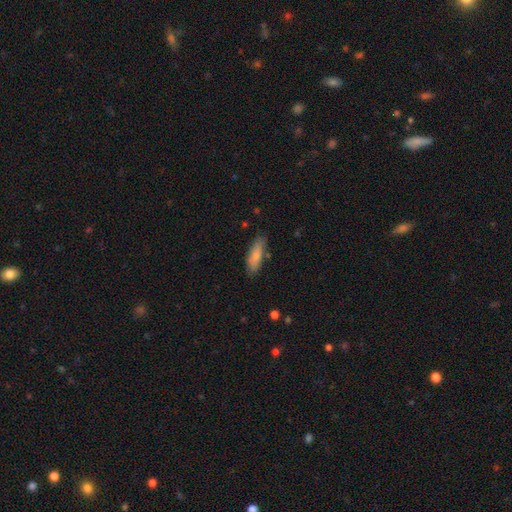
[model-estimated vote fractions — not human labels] smooth-or-featured: smooth: 82% | featured or disk: 12% | star or artifact: 6%
  how-rounded: in between: 51% | cigar-shaped: 47% | round: 2%
  merging: none: 77% | minor disturbance: 17% | major disturbance: 3% | merger: 3%